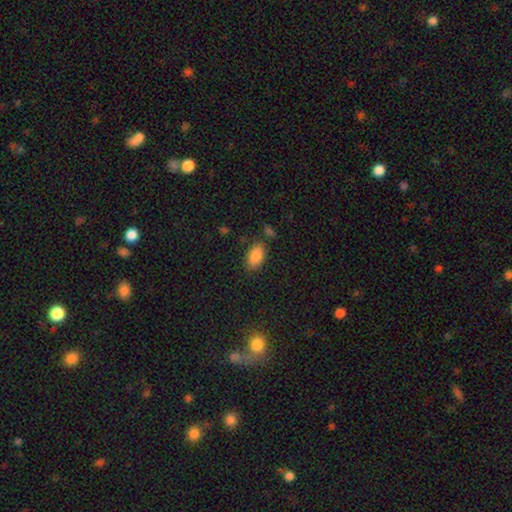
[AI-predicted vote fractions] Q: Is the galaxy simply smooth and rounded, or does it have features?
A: smooth — 87%.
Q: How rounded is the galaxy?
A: in between — 92%.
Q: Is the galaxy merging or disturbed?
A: none — 78%.